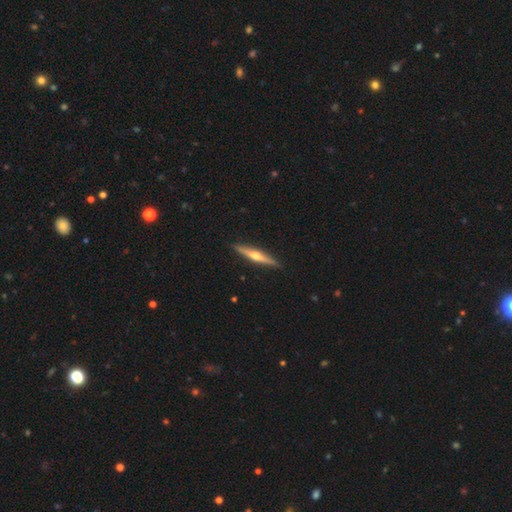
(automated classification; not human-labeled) smooth_or_featured: featured or disk (p=0.69) [alt: smooth p=0.26]
disk_edge_on: yes (p=0.98) [alt: no p=0.02]
edge_on_bulge: rounded (p=0.91) [alt: none p=0.05]
merging: none (p=0.91) [alt: minor disturbance p=0.07]